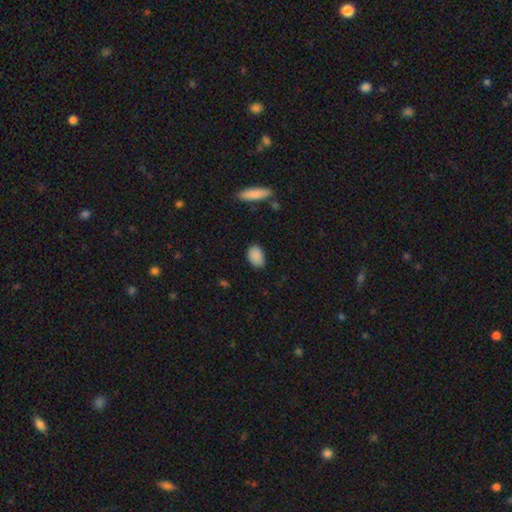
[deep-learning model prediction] Overall: smooth (88%). How rounded: in between (86%). Merging: none (83%).